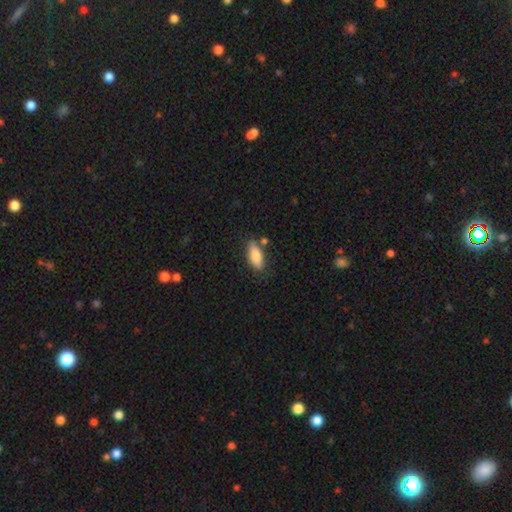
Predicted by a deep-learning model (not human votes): This is clearly a smooth galaxy (82%). How rounded: likely in between (78%). Merging: likely none (76%).